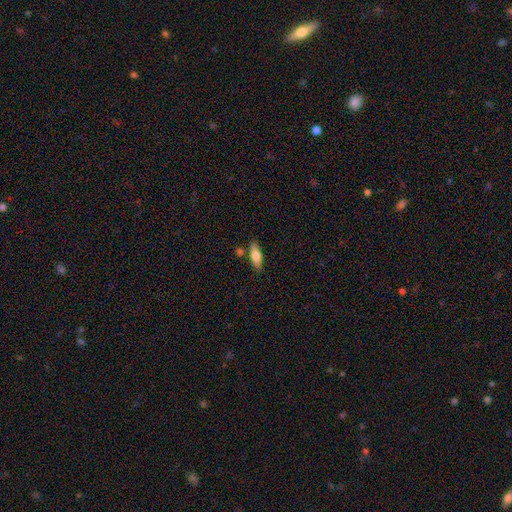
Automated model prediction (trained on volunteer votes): smooth-or-featured: smooth: 67% | featured or disk: 26% | star or artifact: 6%
  how-rounded: in between: 53% | cigar-shaped: 44% | round: 3%
  merging: none: 78% | minor disturbance: 12% | merger: 7% | major disturbance: 3%